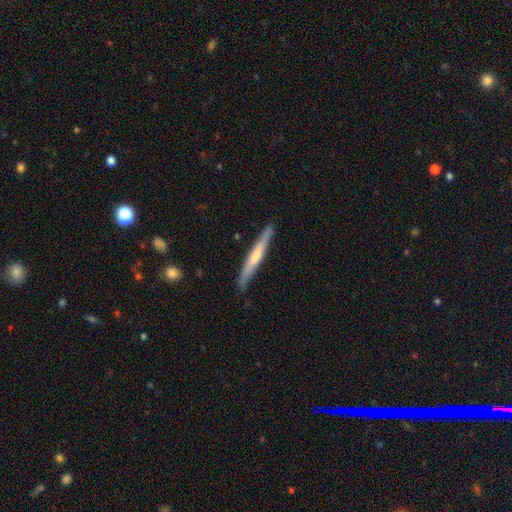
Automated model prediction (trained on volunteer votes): Smooth or featured?
  - featured or disk: 49% *
  - smooth: 46%
  - star or artifact: 5%
Merging?
  - none: 85% *
  - minor disturbance: 12%
  - major disturbance: 2%
  - merger: 1%